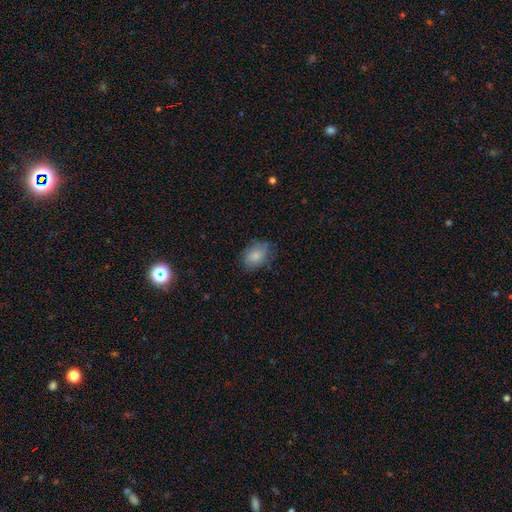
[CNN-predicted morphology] Smooth or featured: smooth — 83% (featured or disk — 9%)
How rounded: in between — 73% (round — 25%)
Merging: none — 71% (minor disturbance — 22%)